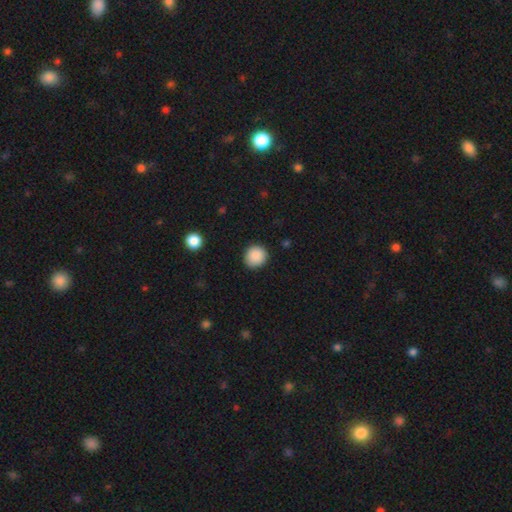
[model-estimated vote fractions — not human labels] Smooth or featured? smooth (89%)
How rounded? round (92%)
Merging? none (90%)